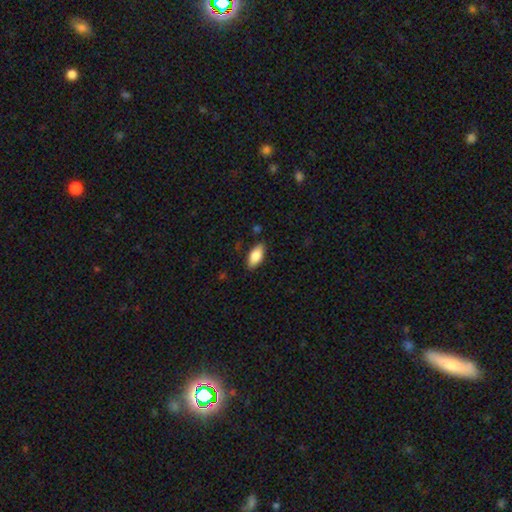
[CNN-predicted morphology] smooth 81%, featured or disk 12%, star or artifact 6%. Down the decision tree: how rounded — in between (89%); merging — none (86%).